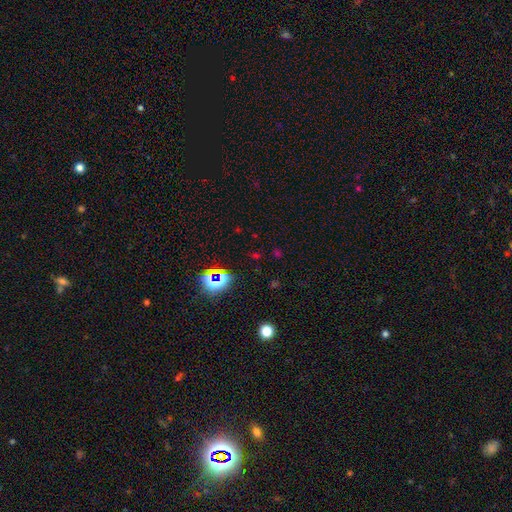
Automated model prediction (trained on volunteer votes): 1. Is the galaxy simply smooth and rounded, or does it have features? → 63% star or artifact, 30% smooth, 7% featured or disk.